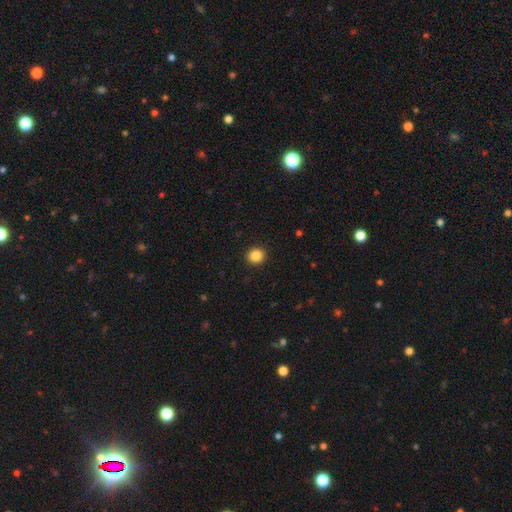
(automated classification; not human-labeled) Morphology: type=smooth (87%); roundness=round (89%); merging=none (93%).